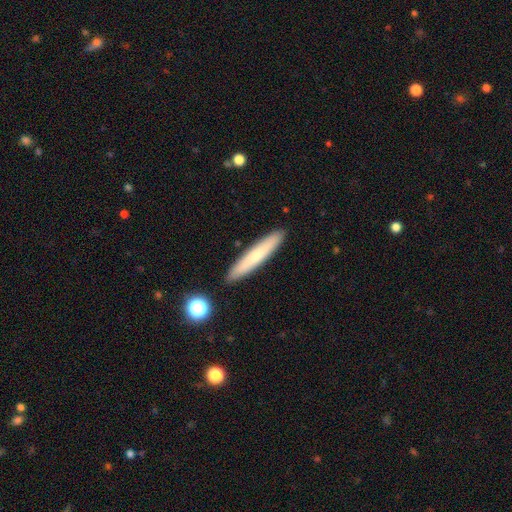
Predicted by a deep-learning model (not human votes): This appears to be a smooth galaxy with no disk features (66%) that is cigar-shaped (93%). Merging: none (90%).